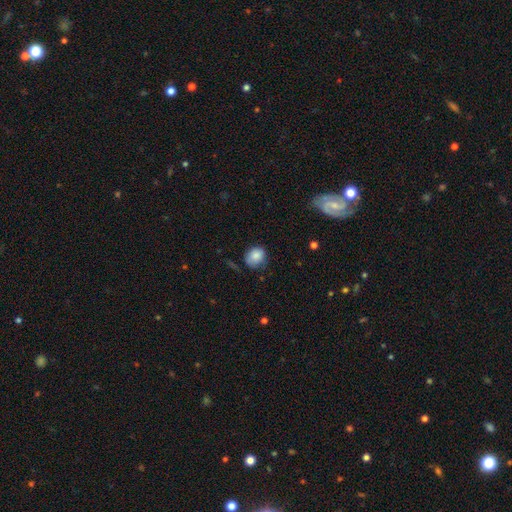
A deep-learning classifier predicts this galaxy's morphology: A smooth galaxy with no disk features (85%) that is round (67%).

Vote fractions:
- Smooth or featured? smooth: 85% / star or artifact: 9% / featured or disk: 7%
- How rounded? round: 67% / in between: 32% / cigar-shaped: 1%
- Merging? none: 65% / minor disturbance: 27% / major disturbance: 6% / merger: 2%